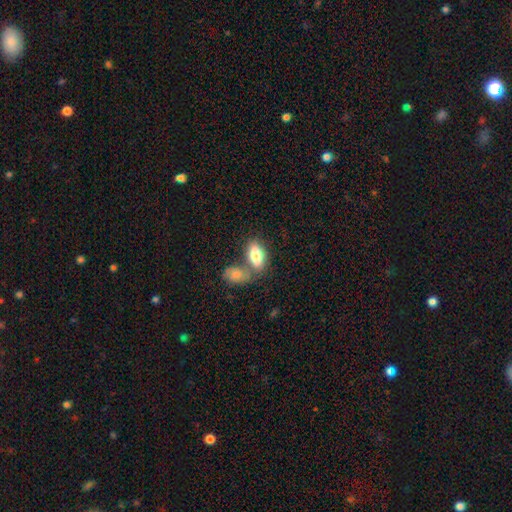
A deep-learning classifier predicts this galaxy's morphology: smooth 80%, featured or disk 14%, star or artifact 6%. Down the decision tree: how rounded — in between (90%); merging — none (43%).